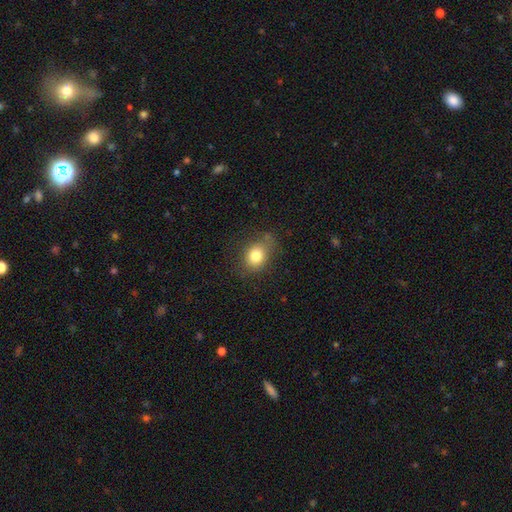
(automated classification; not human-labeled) A smooth galaxy with no disk features (80%) that is round (52%). Merging: none (69%).